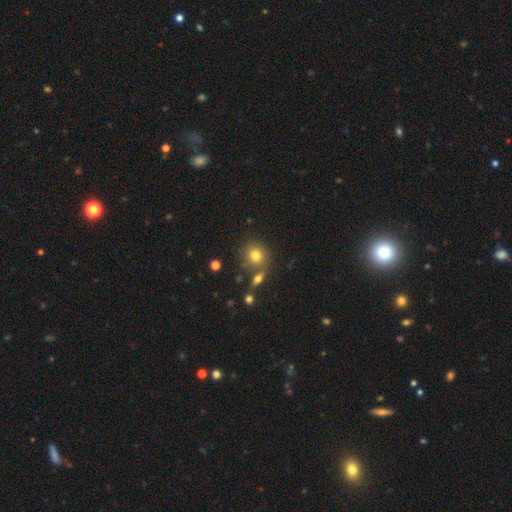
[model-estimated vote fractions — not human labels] Q: Smooth or featured?
A: smooth (76%); runner-up: star or artifact (13%)
Q: How rounded?
A: round (86%); runner-up: in between (13%)
Q: Merging?
A: none (69%); runner-up: merger (17%)